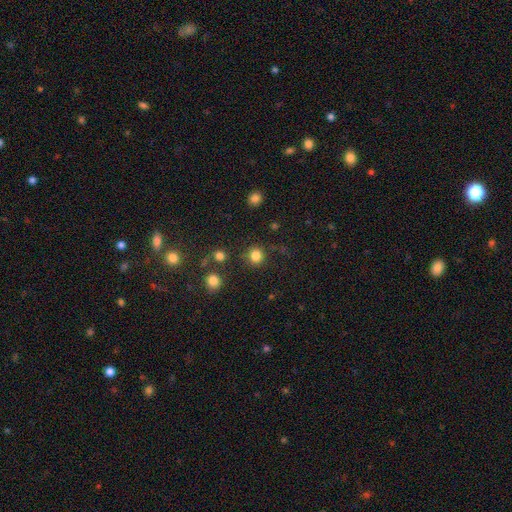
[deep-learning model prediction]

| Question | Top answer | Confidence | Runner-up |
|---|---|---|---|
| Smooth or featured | smooth | 84% | star or artifact (13%) |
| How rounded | round | 91% | in between (8%) |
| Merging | none | 84% | minor disturbance (8%) |